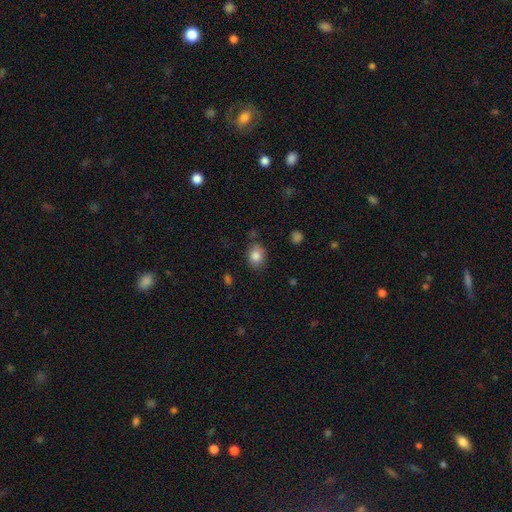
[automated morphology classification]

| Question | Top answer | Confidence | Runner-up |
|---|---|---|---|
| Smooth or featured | smooth | 84% | star or artifact (9%) |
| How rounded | in between | 54% | round (45%) |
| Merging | none | 78% | minor disturbance (15%) |